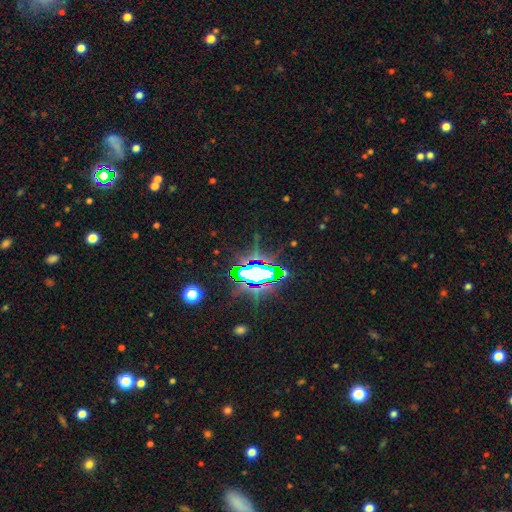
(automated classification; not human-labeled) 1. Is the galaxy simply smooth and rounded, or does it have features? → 70% star or artifact, 15% smooth, 15% featured or disk.